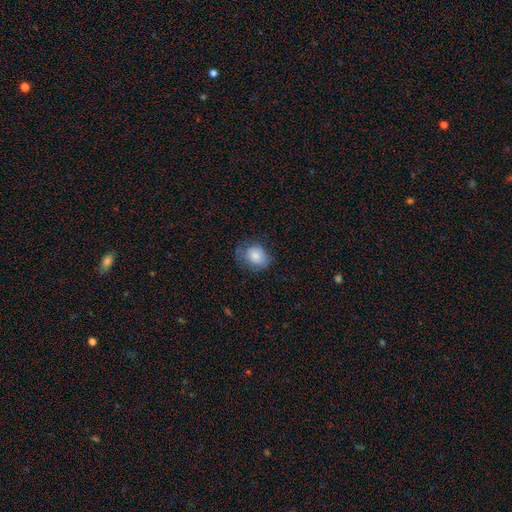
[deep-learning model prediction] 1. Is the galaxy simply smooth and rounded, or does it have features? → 80% smooth, 12% featured or disk, 8% star or artifact.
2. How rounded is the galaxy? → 52% round, 47% in between, 1% cigar-shaped.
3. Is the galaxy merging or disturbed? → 58% none, 29% minor disturbance, 12% major disturbance, 1% merger.